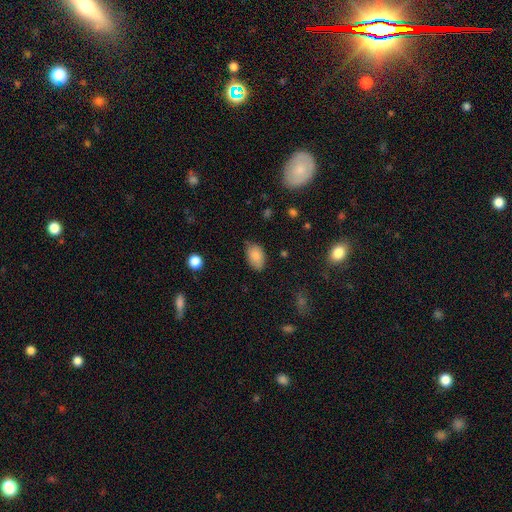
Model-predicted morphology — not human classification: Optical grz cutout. It shows a smooth galaxy with no disk features (86%) that is in between round and cigar-shaped (91%). Merging: none (71%).